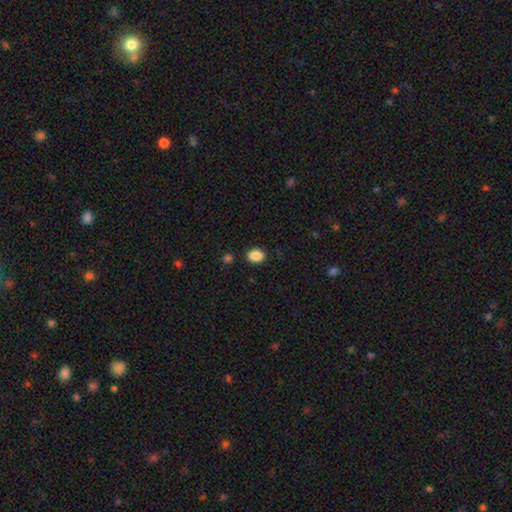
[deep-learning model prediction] This is clearly a smooth galaxy (88%). How rounded: likely in between (69%). Merging: clearly none (87%).